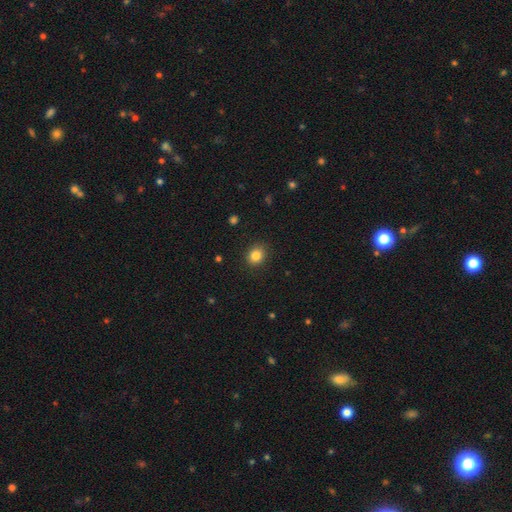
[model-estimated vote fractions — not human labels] Q: Smooth or featured?
A: smooth (84%); runner-up: star or artifact (11%)
Q: How rounded?
A: round (75%); runner-up: in between (24%)
Q: Merging?
A: none (89%); runner-up: minor disturbance (8%)